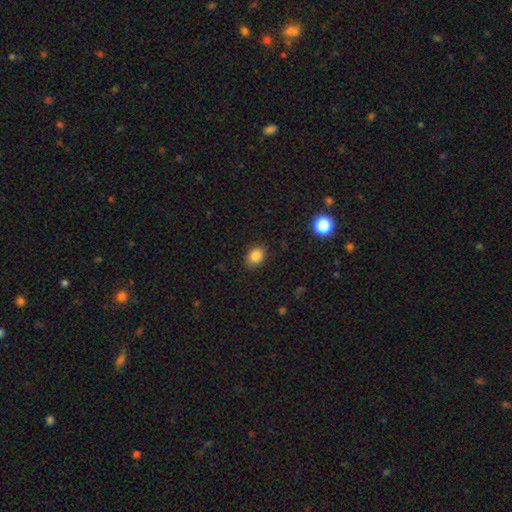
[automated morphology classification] Smooth or featured?
  - smooth: 85% *
  - star or artifact: 10%
  - featured or disk: 5%
How rounded?
  - in between: 64% *
  - round: 35%
  - cigar-shaped: 1%
Merging?
  - none: 84% *
  - minor disturbance: 12%
  - major disturbance: 3%
  - merger: 1%